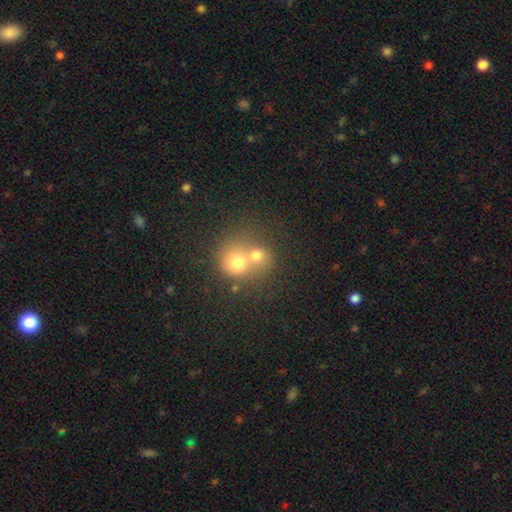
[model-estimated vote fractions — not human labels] smooth 69%, featured or disk 18%, star or artifact 14%. Down the decision tree: how rounded — round (79%); merging — merger (64%).